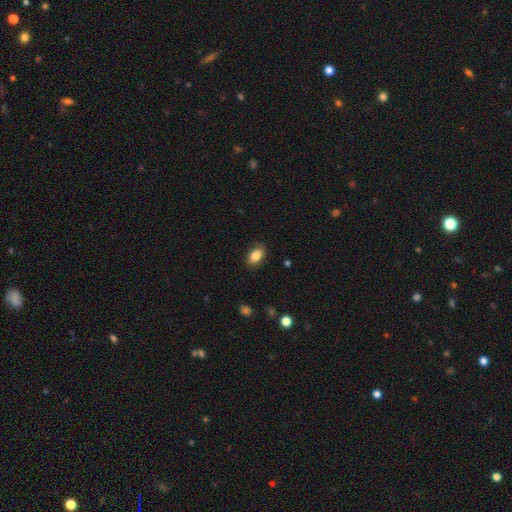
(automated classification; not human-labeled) This is clearly a smooth galaxy (84%). How rounded: clearly in between (89%). Merging: clearly none (84%).